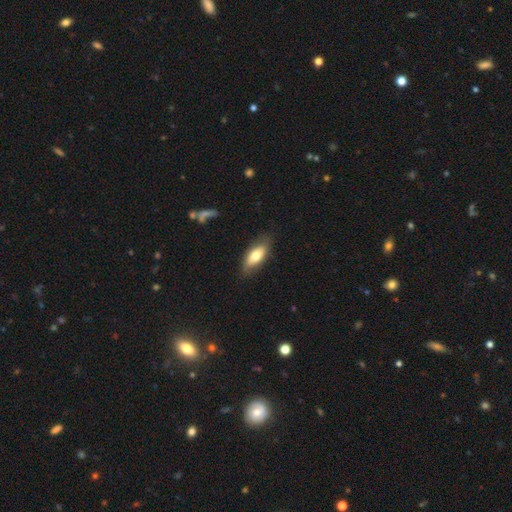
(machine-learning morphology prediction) smooth-or-featured: smooth: 70% | featured or disk: 24% | star or artifact: 6%
  how-rounded: in between: 78% | cigar-shaped: 19% | round: 3%
  merging: none: 78% | minor disturbance: 17% | major disturbance: 3% | merger: 1%